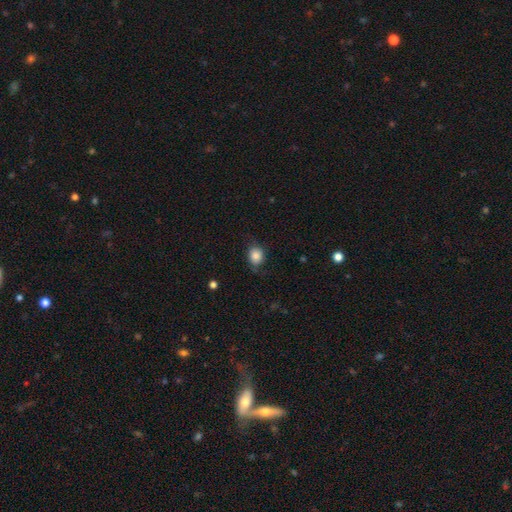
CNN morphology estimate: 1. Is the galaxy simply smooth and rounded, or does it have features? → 79% smooth, 12% featured or disk, 9% star or artifact.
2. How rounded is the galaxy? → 64% round, 35% in between, 1% cigar-shaped.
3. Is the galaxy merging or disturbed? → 69% none, 22% minor disturbance, 8% major disturbance, 1% merger.